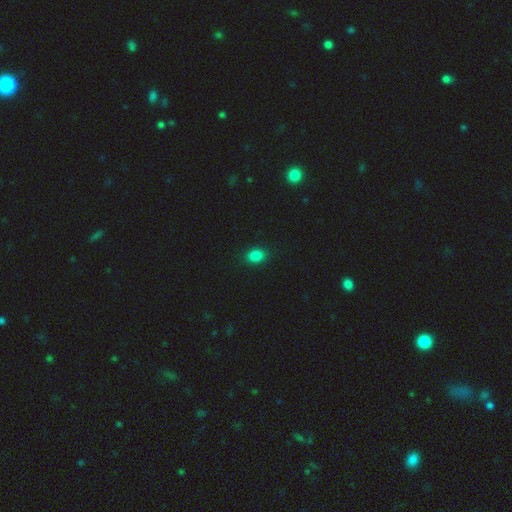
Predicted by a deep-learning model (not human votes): Smooth or featured? smooth (84%)
How rounded? in between (73%)
Merging? none (89%)